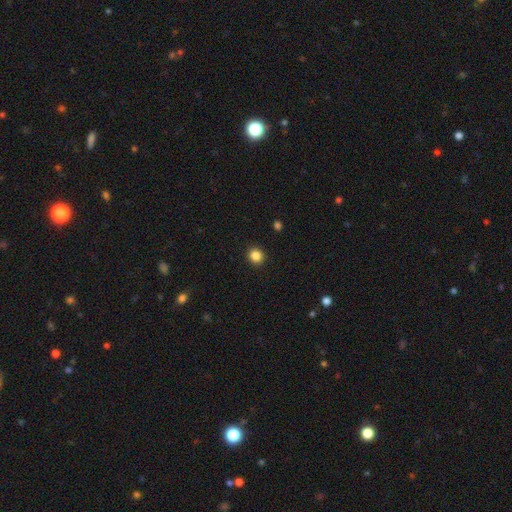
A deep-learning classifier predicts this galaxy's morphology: Smooth or featured: smooth — 86% (star or artifact — 11%)
How rounded: round — 85% (in between — 14%)
Merging: none — 92% (minor disturbance — 5%)